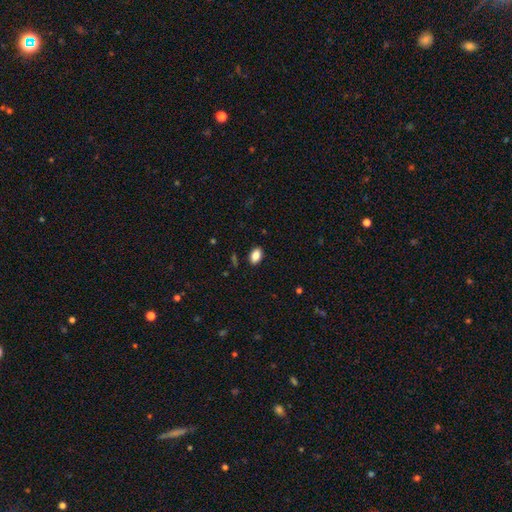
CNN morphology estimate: type=smooth (86%); roundness=in between (90%); merging=none (88%).